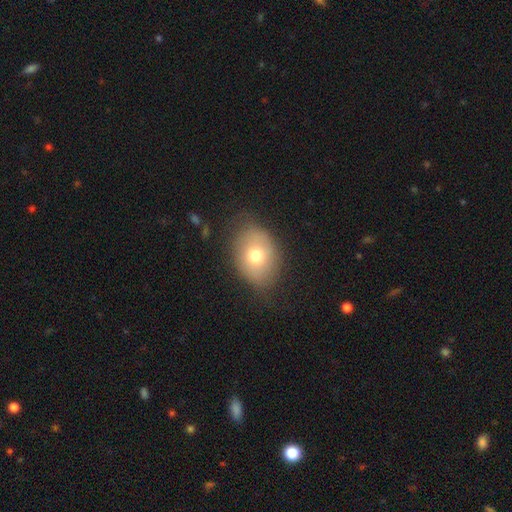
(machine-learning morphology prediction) smooth-or-featured: smooth: 72% | featured or disk: 19% | star or artifact: 9%
  how-rounded: in between: 66% | round: 33% | cigar-shaped: 1%
  merging: none: 73% | minor disturbance: 19% | major disturbance: 6% | merger: 1%